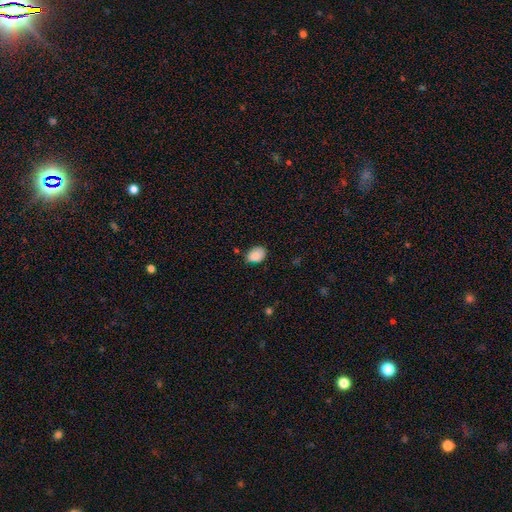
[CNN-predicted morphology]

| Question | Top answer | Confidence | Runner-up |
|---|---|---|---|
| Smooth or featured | smooth | 87% | star or artifact (8%) |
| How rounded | in between | 79% | round (20%) |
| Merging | none | 64% | minor disturbance (28%) |